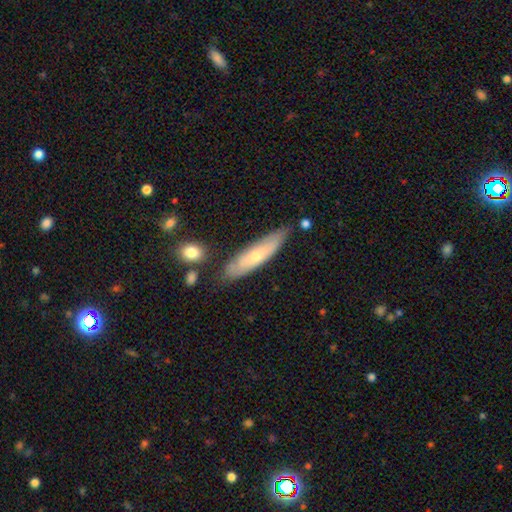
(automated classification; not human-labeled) Smooth or featured? smooth (55%)
How rounded? cigar-shaped (74%)
Merging? none (73%)